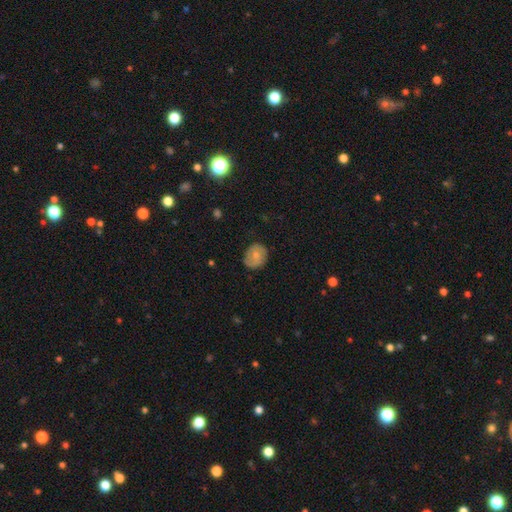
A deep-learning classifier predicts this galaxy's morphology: Q: Smooth or featured?
A: smooth (63%); runner-up: featured or disk (29%)
Q: How rounded?
A: round (69%); runner-up: in between (30%)
Q: Merging?
A: none (73%); runner-up: minor disturbance (21%)